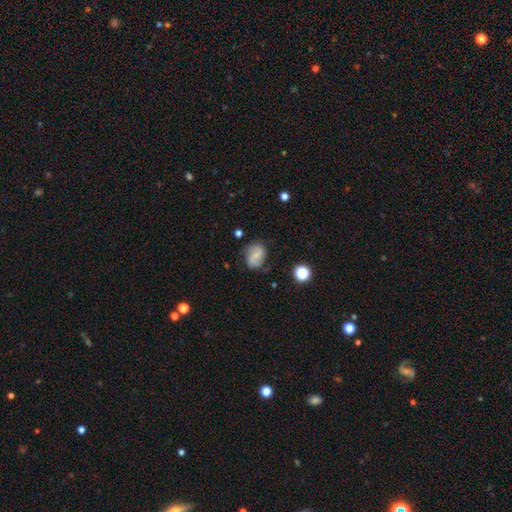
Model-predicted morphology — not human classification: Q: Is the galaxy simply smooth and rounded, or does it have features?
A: featured or disk — 49%.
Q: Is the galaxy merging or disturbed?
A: none — 68%.